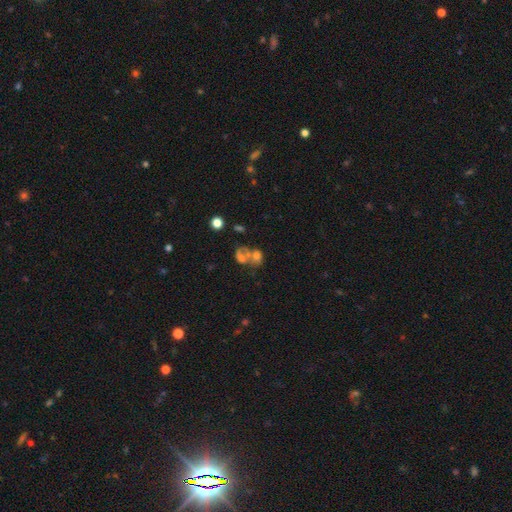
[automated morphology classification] This appears to be a smooth galaxy with no disk features (53%) that is in between round and cigar-shaped (52%). Merging: merger (59%).